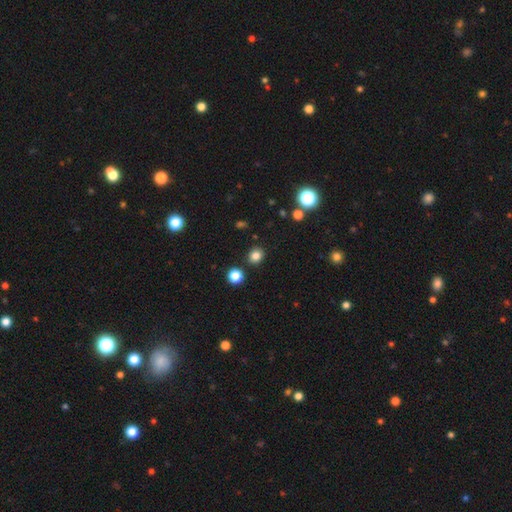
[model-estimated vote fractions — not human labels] This is clearly a smooth galaxy (82%). How rounded: likely round (77%). Merging: clearly none (87%).